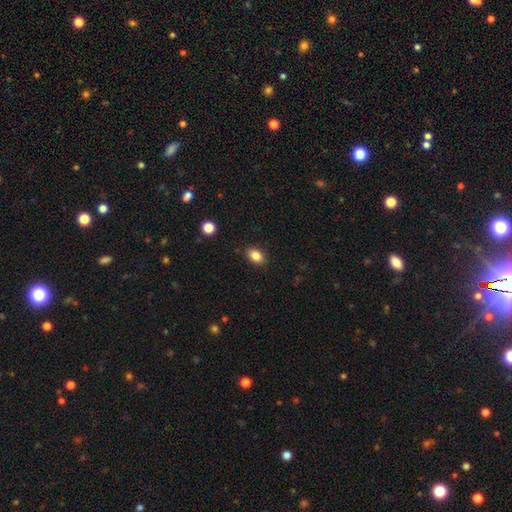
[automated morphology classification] smooth_or_featured: smooth (p=0.85) [alt: star or artifact p=0.09]
how_rounded: in between (p=0.80) [alt: round p=0.19]
merging: none (p=0.87) [alt: minor disturbance p=0.09]